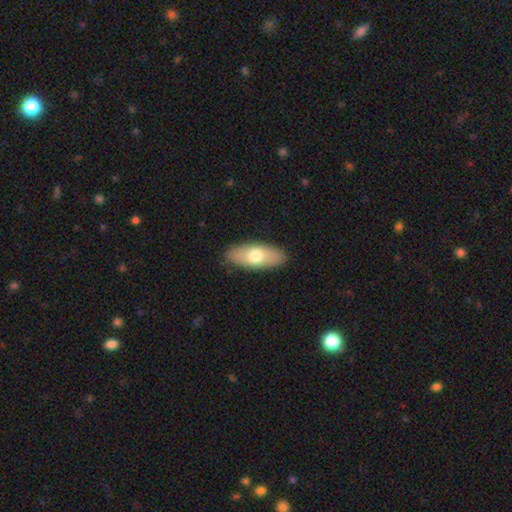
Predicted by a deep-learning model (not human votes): Smooth or featured: smooth — 69% (featured or disk — 25%)
How rounded: in between — 78% (cigar-shaped — 19%)
Merging: none — 87% (minor disturbance — 10%)